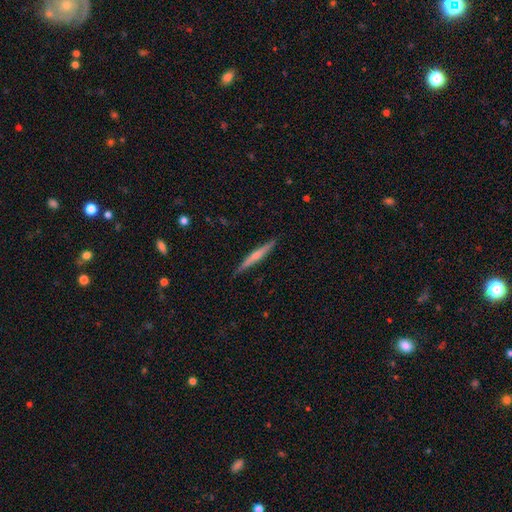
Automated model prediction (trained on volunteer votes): Smooth or featured?
  - featured or disk: 49% *
  - smooth: 46%
  - star or artifact: 6%
Merging?
  - none: 87% *
  - minor disturbance: 10%
  - major disturbance: 2%
  - merger: 1%